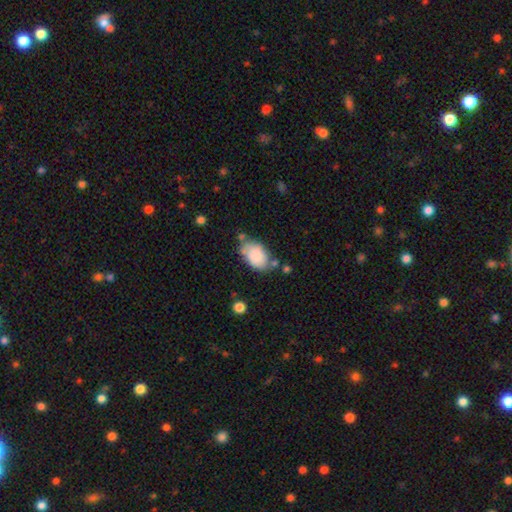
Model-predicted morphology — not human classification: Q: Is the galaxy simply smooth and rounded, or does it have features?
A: smooth — 83%.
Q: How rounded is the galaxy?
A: in between — 89%.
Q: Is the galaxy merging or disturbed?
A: none — 60%.